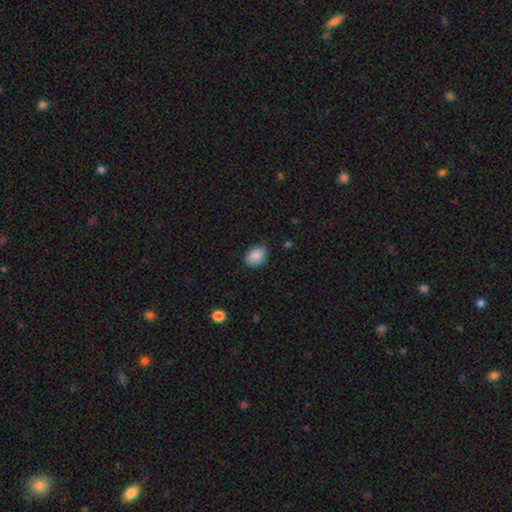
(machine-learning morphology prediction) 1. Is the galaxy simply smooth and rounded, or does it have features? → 89% smooth, 7% star or artifact, 4% featured or disk.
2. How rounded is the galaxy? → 66% in between, 33% round, 1% cigar-shaped.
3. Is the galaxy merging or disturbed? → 84% none, 13% minor disturbance, 3% major disturbance, 1% merger.